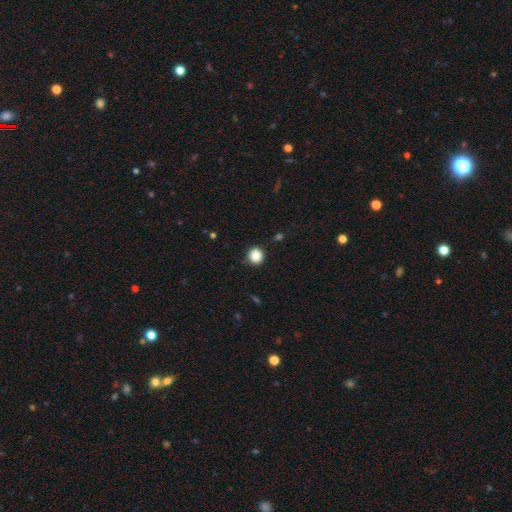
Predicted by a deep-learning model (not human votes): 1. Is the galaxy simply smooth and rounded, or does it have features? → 86% smooth, 10% star or artifact, 4% featured or disk.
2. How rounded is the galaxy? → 90% round, 9% in between, 1% cigar-shaped.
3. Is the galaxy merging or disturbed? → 89% none, 8% minor disturbance, 2% major disturbance, 1% merger.